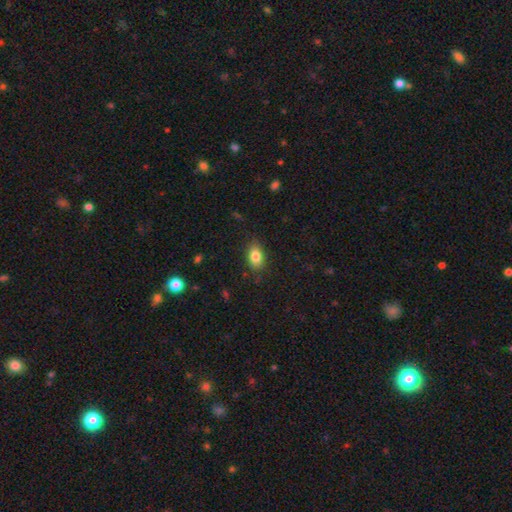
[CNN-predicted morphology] The model was most divided on "merging": none: 82%, minor disturbance: 14%, major disturbance: 3%, merger: 1%. More confident: how rounded — in between (85%); smooth or featured — smooth (82%).